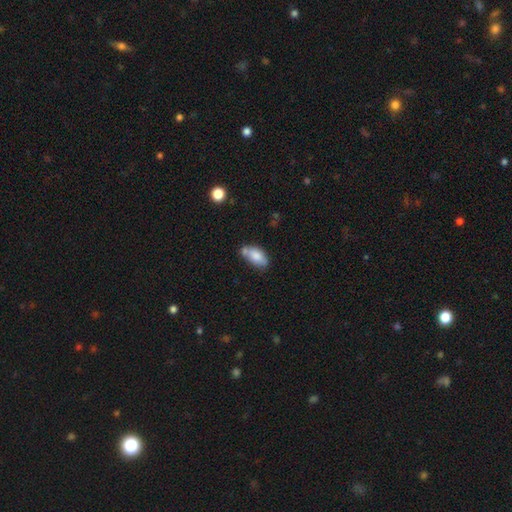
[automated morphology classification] A smooth galaxy with no disk features (78%) that is in between round and cigar-shaped (89%). Merging: none (52%).